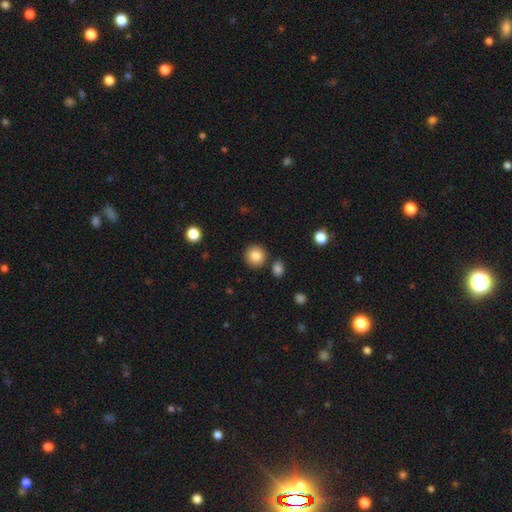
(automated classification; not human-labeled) Smooth or featured? Predicted: smooth (p=0.84). How rounded? Predicted: round (p=0.92). Merging? Predicted: none (p=0.86).